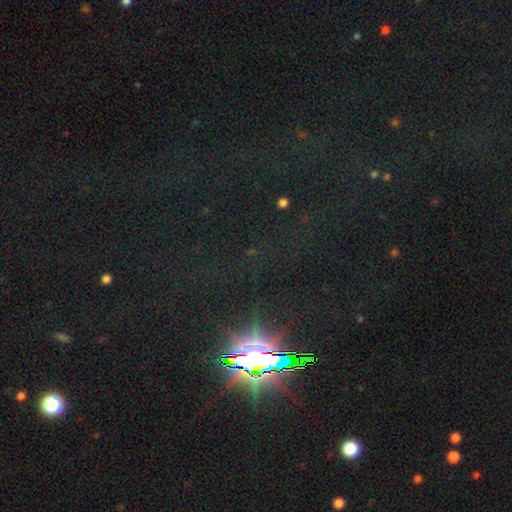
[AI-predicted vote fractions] Smooth or featured?
  - star or artifact: 82% *
  - smooth: 9%
  - featured or disk: 8%